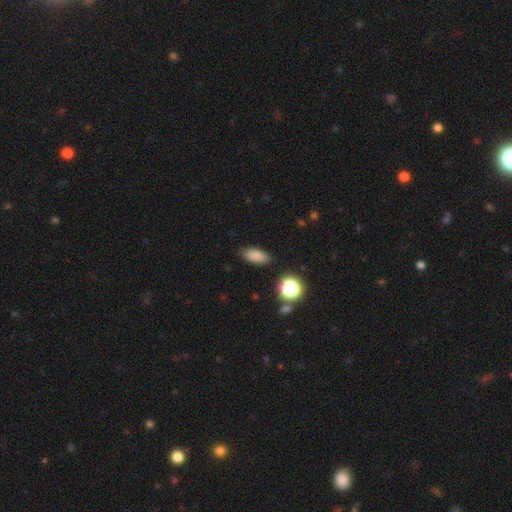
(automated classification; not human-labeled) The model was most divided on "how rounded": in between: 81%, cigar-shaped: 13%, round: 6%. More confident: merging — none (85%); smooth or featured — smooth (83%).